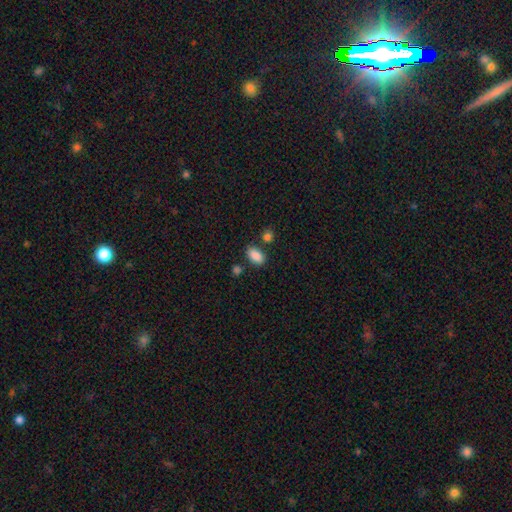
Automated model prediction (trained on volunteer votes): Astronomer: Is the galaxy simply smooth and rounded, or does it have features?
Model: smooth — 88%.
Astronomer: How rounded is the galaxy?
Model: in between — 90%.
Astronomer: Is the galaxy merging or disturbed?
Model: none — 75%.